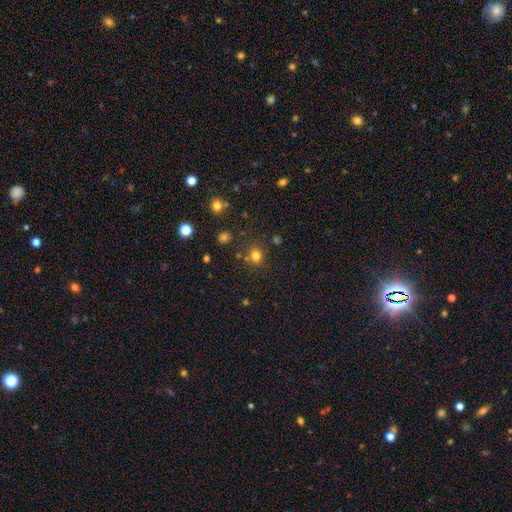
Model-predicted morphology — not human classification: smooth-or-featured: smooth: 78% | star or artifact: 17% | featured or disk: 6%
  how-rounded: round: 79% | in between: 21% | cigar-shaped: 1%
  merging: none: 77% | minor disturbance: 11% | merger: 8% | major disturbance: 4%